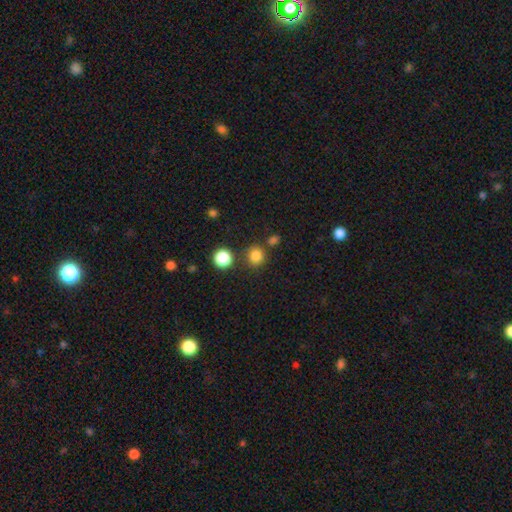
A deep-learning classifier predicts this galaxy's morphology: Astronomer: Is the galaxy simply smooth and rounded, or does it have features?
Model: smooth — 81%.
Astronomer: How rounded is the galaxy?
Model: round — 88%.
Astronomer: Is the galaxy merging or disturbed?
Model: none — 80%.